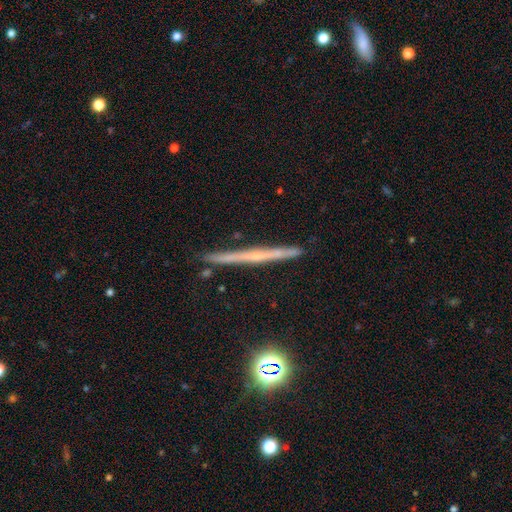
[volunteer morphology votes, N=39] A featured or disk galaxy (77%) viewed edge-on (100%) with a rounded central bulge (60%).

Vote fractions:
- Smooth or featured? featured or disk: 77% / smooth: 15% / star or artifact: 8%
- Edge-on disk? yes: 100% / no: 0%
- Edge-on bulge? rounded: 60% / none: 40% / boxy: 0%
- Merging? none: 92% / minor disturbance: 8% / major disturbance: 0% / merger: 0%